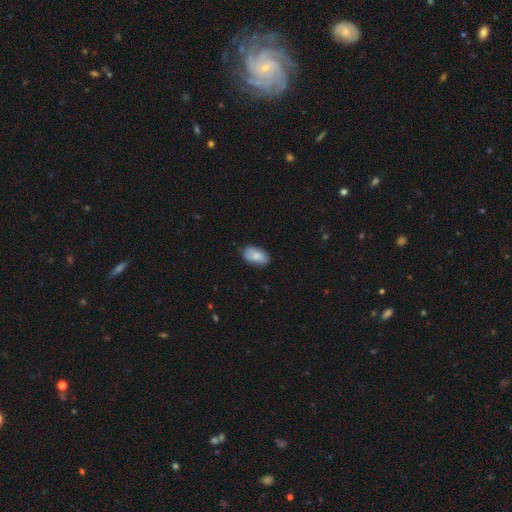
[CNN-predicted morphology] Smooth or featured? smooth (84%)
How rounded? in between (94%)
Merging? none (78%)